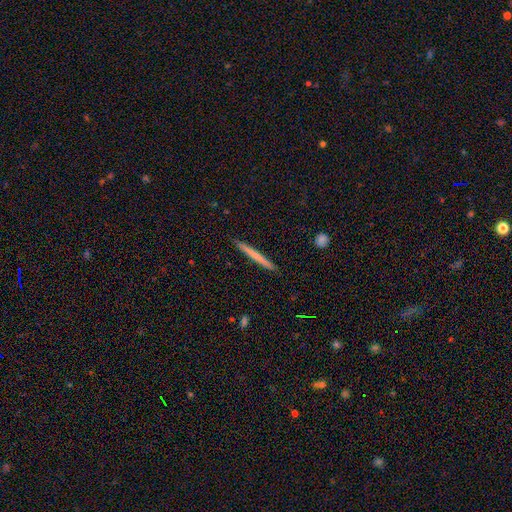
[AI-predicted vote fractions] This is likely a smooth galaxy (63%). How rounded: clearly cigar-shaped (97%). Merging: clearly none (92%).